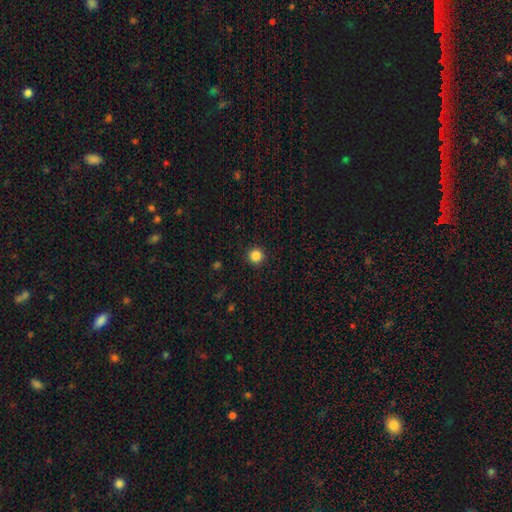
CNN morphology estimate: Smooth or featured?
  - smooth: 85% *
  - star or artifact: 12%
  - featured or disk: 4%
How rounded?
  - round: 95% *
  - in between: 4%
  - cigar-shaped: 1%
Merging?
  - none: 93% *
  - minor disturbance: 4%
  - major disturbance: 2%
  - merger: 1%